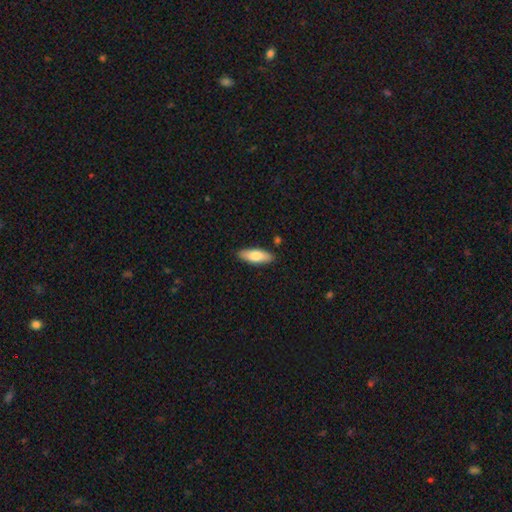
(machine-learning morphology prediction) This appears to be a smooth galaxy with no disk features (77%) that is in between round and cigar-shaped (68%). Merging: none (88%).